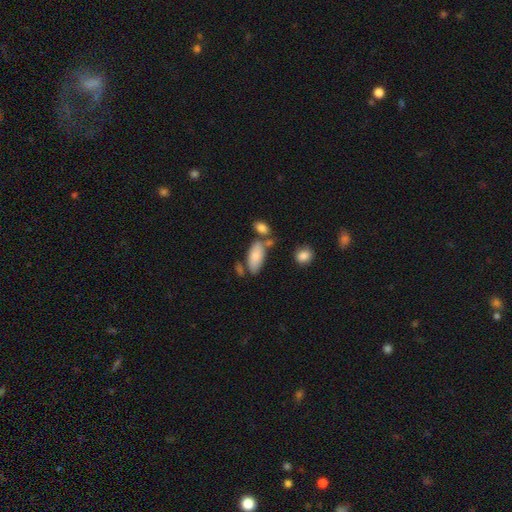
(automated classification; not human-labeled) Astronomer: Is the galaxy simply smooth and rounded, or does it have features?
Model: smooth — 82%.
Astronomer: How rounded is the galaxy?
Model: in between — 88%.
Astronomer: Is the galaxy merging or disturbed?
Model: none — 59%.